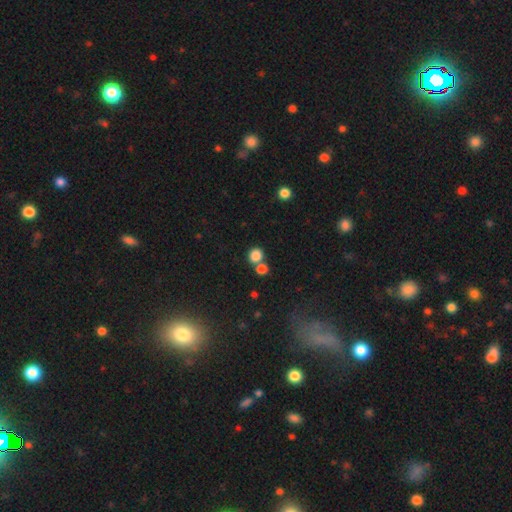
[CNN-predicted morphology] Smooth or featured?
  - smooth: 83% *
  - star or artifact: 11%
  - featured or disk: 5%
How rounded?
  - round: 81% *
  - in between: 18%
  - cigar-shaped: 1%
Merging?
  - none: 56% *
  - merger: 33%
  - minor disturbance: 8%
  - major disturbance: 3%